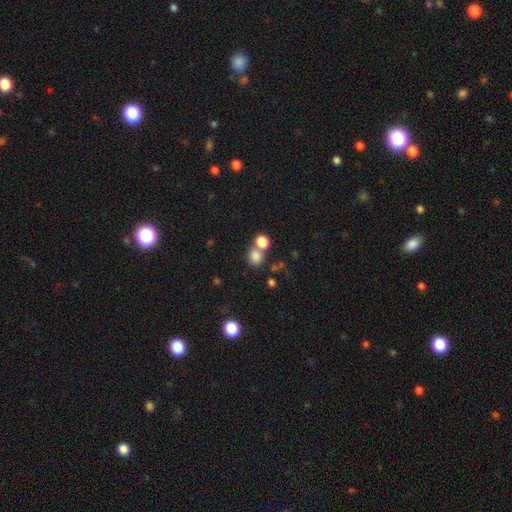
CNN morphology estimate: Smooth or featured? smooth (80%)
How rounded? round (77%)
Merging? none (54%)